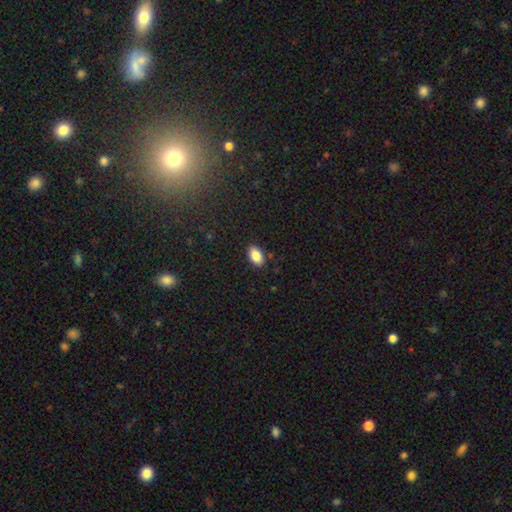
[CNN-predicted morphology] A smooth galaxy with no disk features (87%) that is in between round and cigar-shaped (93%). Merging: none (88%).